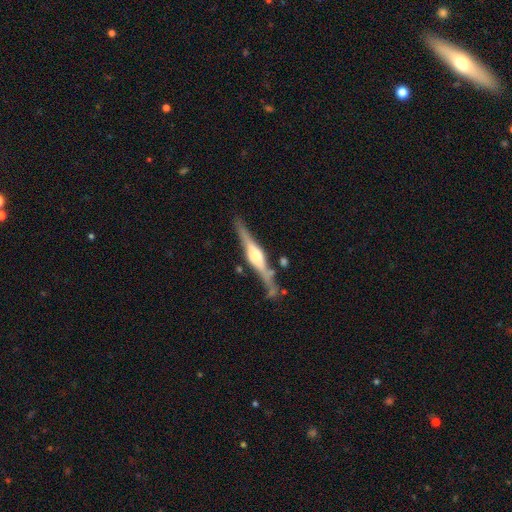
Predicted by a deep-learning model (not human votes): Overall: featured or disk (79%). Edge-on disk: yes (97%). Edge-on bulge: rounded (84%). Merging: none (77%).